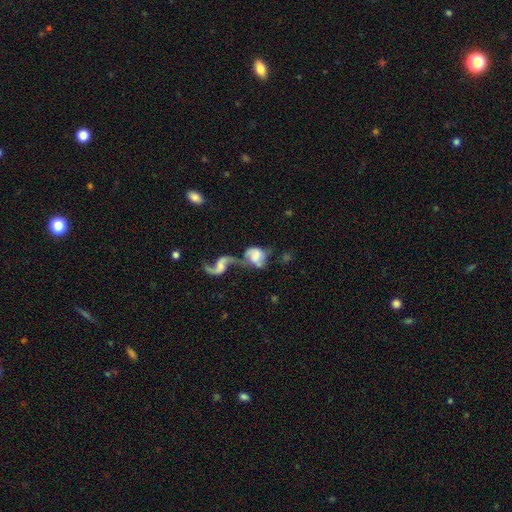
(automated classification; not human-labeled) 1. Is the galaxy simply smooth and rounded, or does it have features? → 60% featured or disk, 32% smooth, 8% star or artifact.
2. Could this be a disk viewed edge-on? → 96% no, 4% yes.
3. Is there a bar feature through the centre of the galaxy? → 53% no, 34% weak, 13% strong.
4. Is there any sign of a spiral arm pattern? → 74% yes, 26% no.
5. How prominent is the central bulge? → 27% moderate, 26% none, 23% small, 20% large, 4% dominant.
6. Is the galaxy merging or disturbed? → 67% merger, 13% major disturbance, 12% none, 7% minor disturbance.